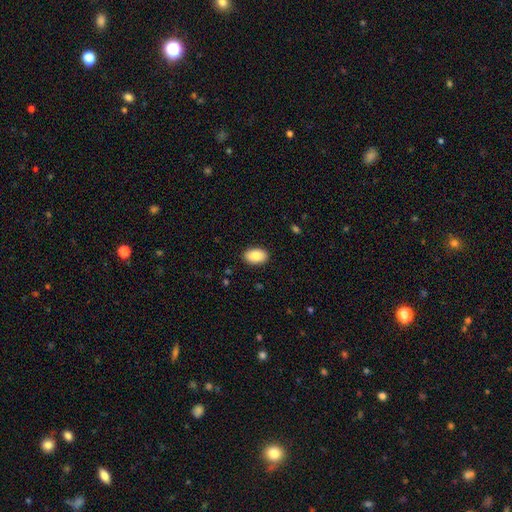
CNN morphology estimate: This appears to be a smooth galaxy with no disk features (87%) that is in between round and cigar-shaped (91%). Merging: none (89%).